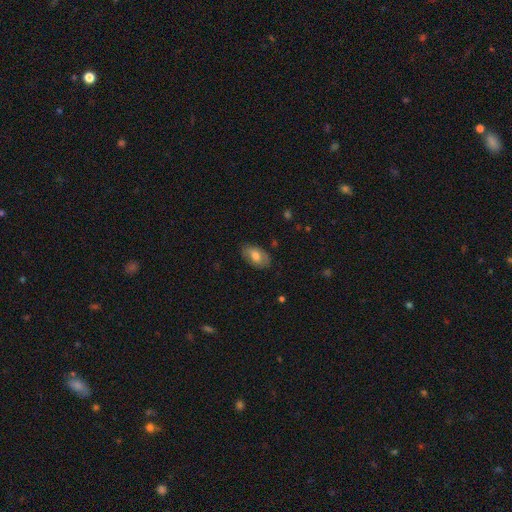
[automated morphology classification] Smooth or featured? Predicted: smooth (p=0.63). How rounded? Predicted: in between (p=0.91). Merging? Predicted: none (p=0.79).